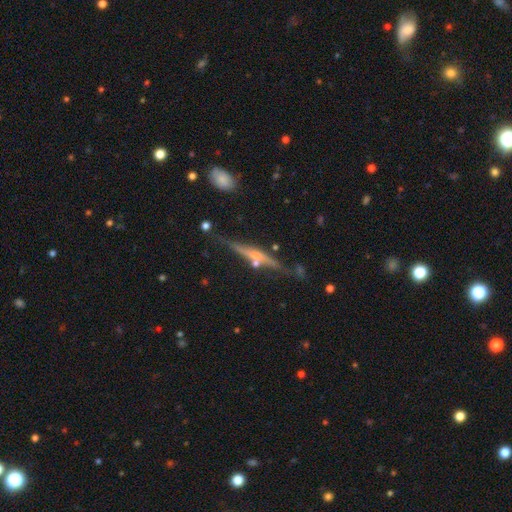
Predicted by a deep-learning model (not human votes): A featured or disk galaxy (76%) viewed edge-on (96%) with a rounded central bulge (68%).

Vote fractions:
- Smooth or featured? featured or disk: 76% / smooth: 16% / star or artifact: 8%
- Edge-on disk? yes: 96% / no: 4%
- Edge-on bulge? rounded: 68% / none: 21% / boxy: 11%
- Merging? none: 75% / minor disturbance: 15% / merger: 6% / major disturbance: 4%